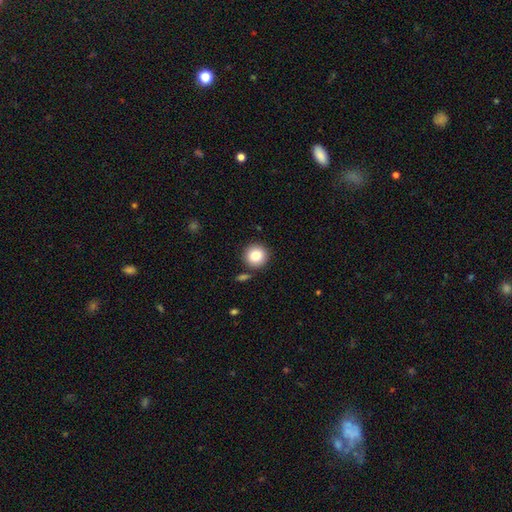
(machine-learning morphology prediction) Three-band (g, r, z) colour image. It shows a smooth galaxy with no disk features (82%) that is round (94%). Merging: none (86%).